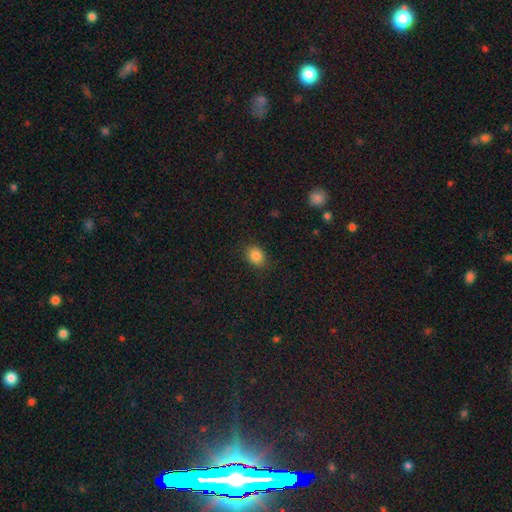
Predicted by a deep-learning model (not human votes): Smooth or featured?
  - smooth: 86% *
  - star or artifact: 10%
  - featured or disk: 4%
How rounded?
  - round: 52% *
  - in between: 46%
  - cigar-shaped: 1%
Merging?
  - none: 86% *
  - minor disturbance: 10%
  - major disturbance: 3%
  - merger: 1%